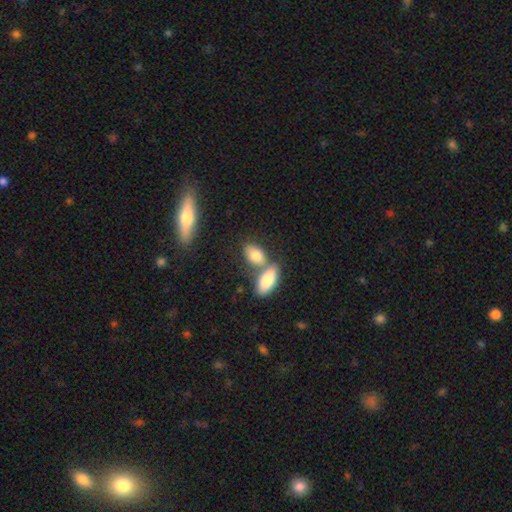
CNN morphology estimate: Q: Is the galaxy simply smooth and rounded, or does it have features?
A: smooth — 81%.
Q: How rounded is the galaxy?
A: in between — 87%.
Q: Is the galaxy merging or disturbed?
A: none — 44%.